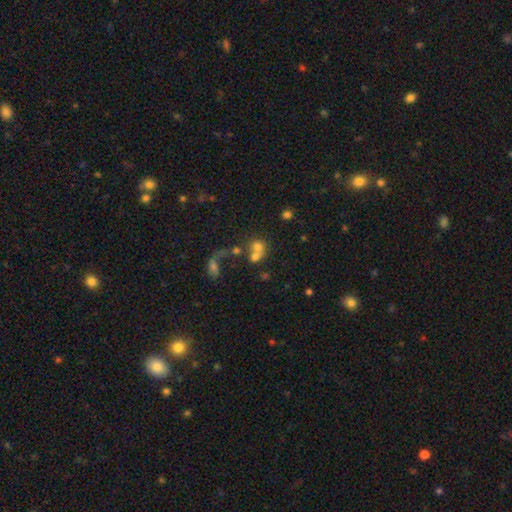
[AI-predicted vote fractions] smooth_or_featured: smooth (p=0.62) [alt: featured or disk p=0.22]
how_rounded: round (p=0.67) [alt: in between p=0.32]
merging: merger (p=0.62) [alt: none p=0.23]